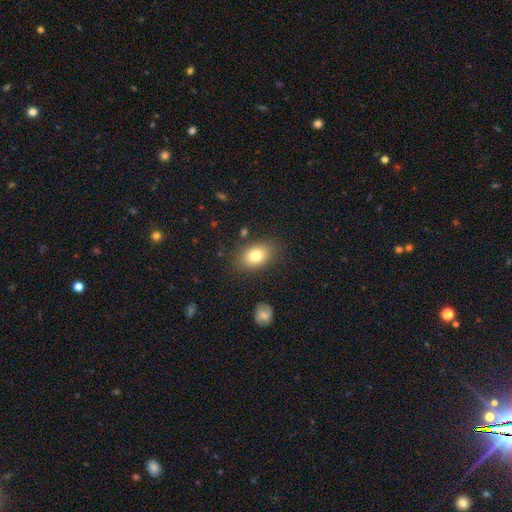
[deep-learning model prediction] Smooth or featured?
  - smooth: 79% *
  - featured or disk: 12%
  - star or artifact: 9%
How rounded?
  - in between: 79% *
  - round: 19%
  - cigar-shaped: 1%
Merging?
  - none: 82% *
  - minor disturbance: 12%
  - major disturbance: 4%
  - merger: 3%